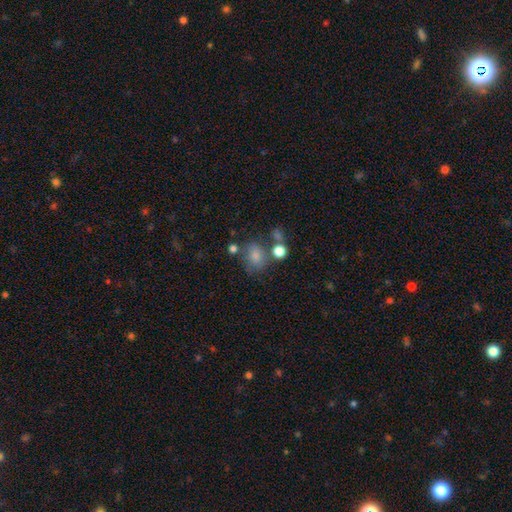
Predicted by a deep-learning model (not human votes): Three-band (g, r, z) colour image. It shows a smooth galaxy with no disk features (78%) that is round (49%, tied with in between). Merging: none (56%).